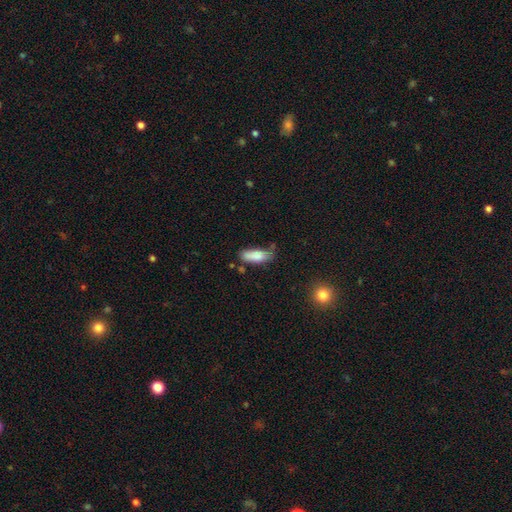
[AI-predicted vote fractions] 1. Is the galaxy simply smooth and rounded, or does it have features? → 83% smooth, 10% featured or disk, 7% star or artifact.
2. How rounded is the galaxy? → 67% in between, 31% cigar-shaped, 2% round.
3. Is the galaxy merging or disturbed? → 51% none, 33% minor disturbance, 9% major disturbance, 8% merger.